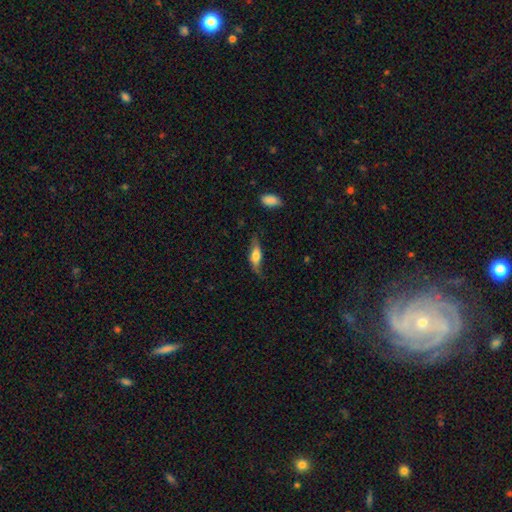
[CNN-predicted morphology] Overall: smooth (53%; featured or disk 40%). How rounded: in between (62%; cigar-shaped 34%). Merging: none (57%; minor disturbance 29%).